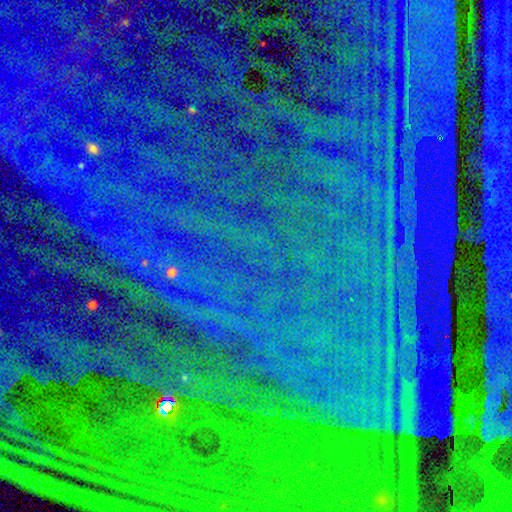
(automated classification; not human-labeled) Overall: star or artifact (88%).